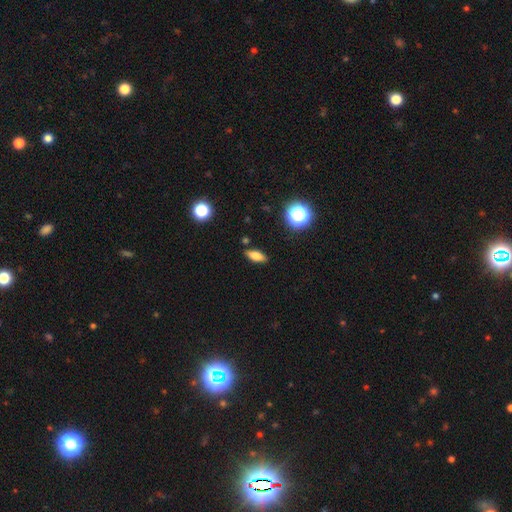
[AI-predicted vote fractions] smooth_or_featured: smooth (p=0.72) [alt: featured or disk p=0.17]
how_rounded: in between (p=0.71) [alt: cigar-shaped p=0.23]
merging: none (p=0.87) [alt: minor disturbance p=0.09]